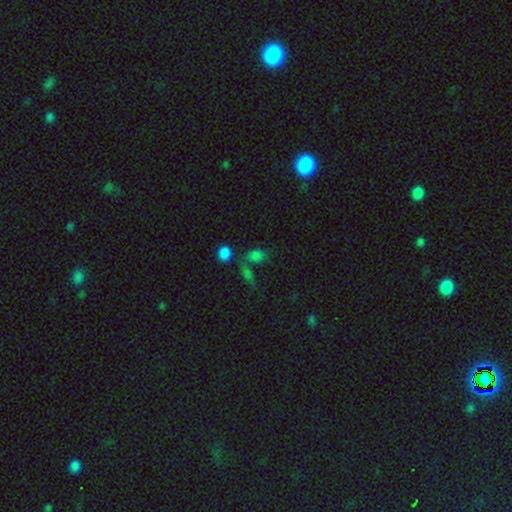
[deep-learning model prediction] Smooth or featured: smooth — 72% (star or artifact — 21%)
How rounded: in between — 70% (round — 27%)
Merging: none — 46% (merger — 31%)